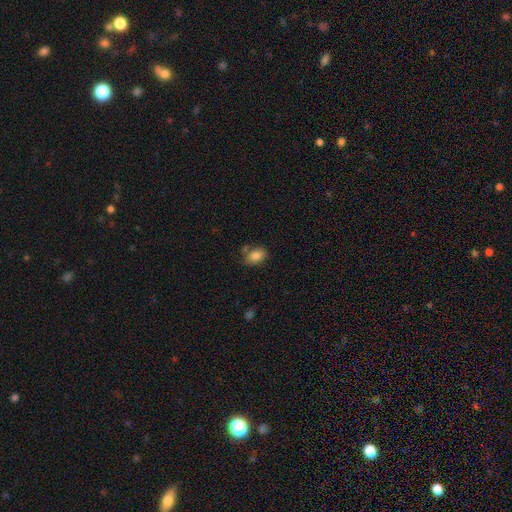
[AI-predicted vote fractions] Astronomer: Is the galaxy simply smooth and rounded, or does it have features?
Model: smooth — 82%.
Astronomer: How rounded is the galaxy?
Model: in between — 79%.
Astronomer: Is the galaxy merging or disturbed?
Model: none — 63%.